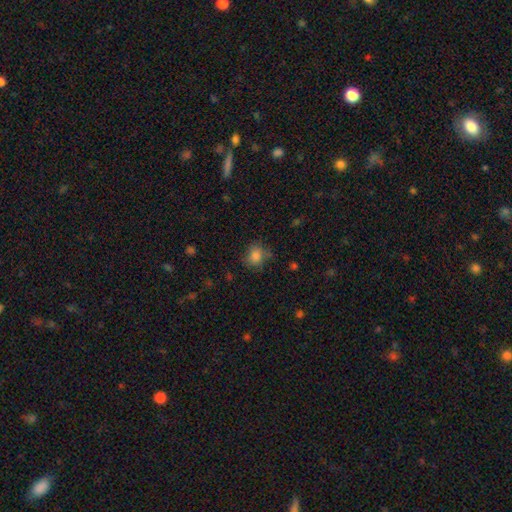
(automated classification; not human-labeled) Overall: smooth (82%). How rounded: round (71%). Merging: none (70%).